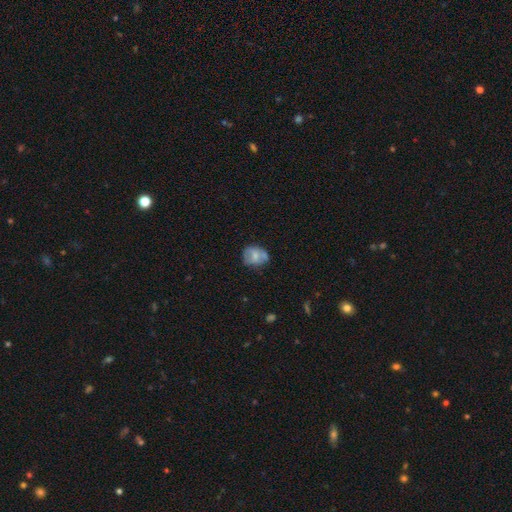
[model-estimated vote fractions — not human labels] Smooth or featured: smooth — 61% (featured or disk — 30%)
How rounded: round — 59% (in between — 40%)
Merging: none — 54% (minor disturbance — 28%)